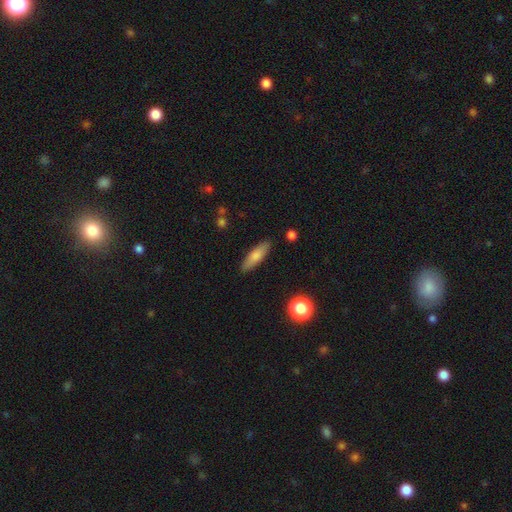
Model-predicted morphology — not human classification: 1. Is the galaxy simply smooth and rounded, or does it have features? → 74% smooth, 19% featured or disk, 7% star or artifact.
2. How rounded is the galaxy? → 61% cigar-shaped, 37% in between, 2% round.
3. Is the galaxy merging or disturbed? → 88% none, 9% minor disturbance, 2% major disturbance, 1% merger.